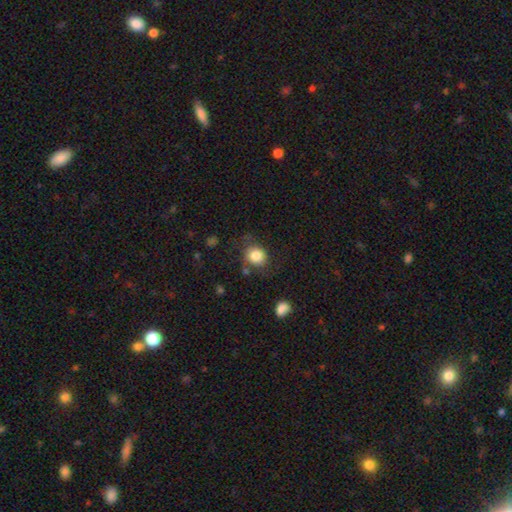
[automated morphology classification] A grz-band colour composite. It shows a smooth galaxy with no disk features (84%) that is round (77%). Merging: none (69%).